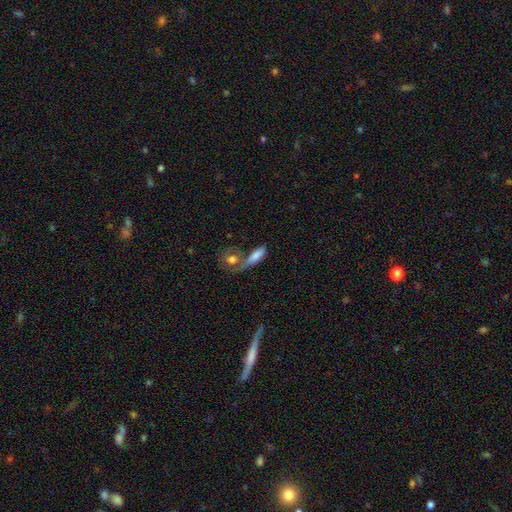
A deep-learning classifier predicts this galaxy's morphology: smooth_or_featured: smooth (p=0.76) [alt: featured or disk p=0.16]
how_rounded: in between (p=0.57) [alt: cigar-shaped p=0.37]
merging: none (p=0.38) [tied with: merger p=0.38]